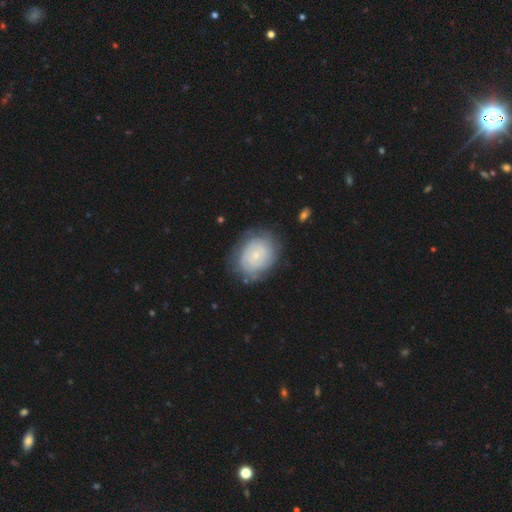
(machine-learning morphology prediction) This is likely a featured or disk galaxy (64%). It is clearly not viewed edge-on (97%). Bar: likely no (76%). Spiral arm pattern: clearly yes (86%). Spiral arm count: possibly can't tell (53%). Spiral winding: likely tight (76%). Central bulge: clearly small (80%). Merging: likely none (75%).